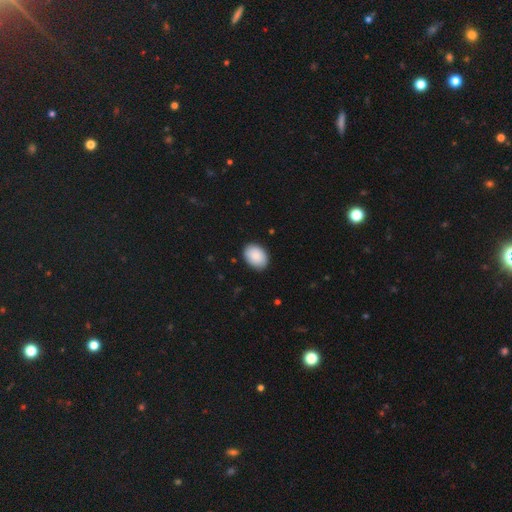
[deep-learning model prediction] A smooth galaxy with no disk features (89%) that is in between round and cigar-shaped (78%). Merging: none (86%).